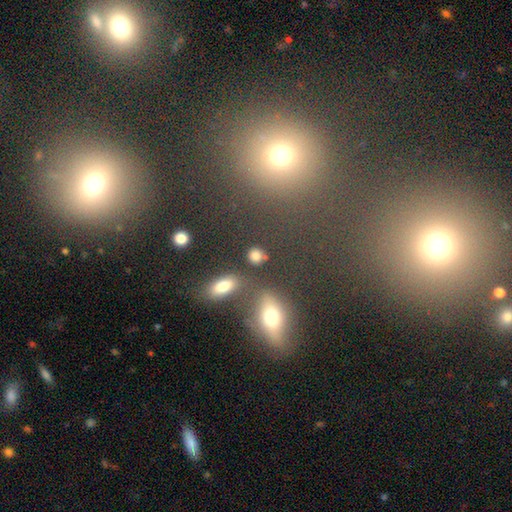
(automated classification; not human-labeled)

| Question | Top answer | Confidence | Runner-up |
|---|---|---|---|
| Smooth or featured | smooth | 81% | star or artifact (13%) |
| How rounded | round | 74% | in between (23%) |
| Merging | none | 75% | merger (10%) |